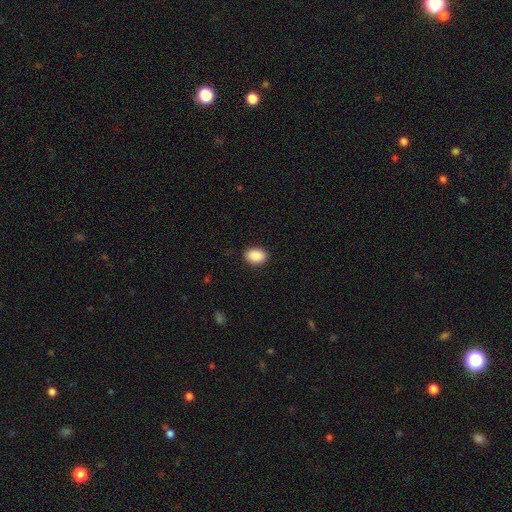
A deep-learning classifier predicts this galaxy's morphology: This appears to be a smooth galaxy with no disk features (90%) that is in between round and cigar-shaped (77%). Merging: none (90%).